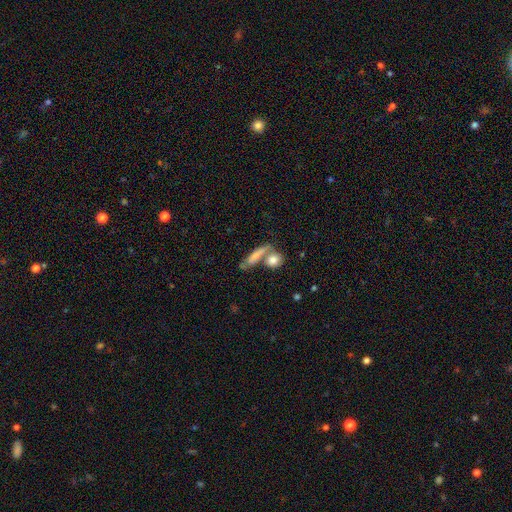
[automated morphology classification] This is likely a smooth galaxy (69%). How rounded: possibly cigar-shaped (57%). Merging: possibly none (47%).